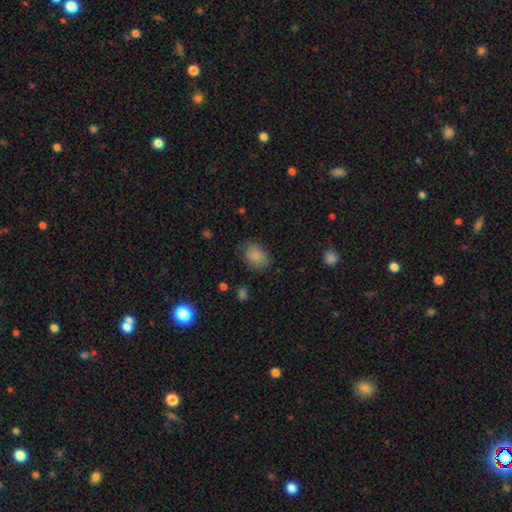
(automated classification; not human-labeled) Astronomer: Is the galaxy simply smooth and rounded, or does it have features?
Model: smooth — 86%.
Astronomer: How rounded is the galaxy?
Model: in between — 67%.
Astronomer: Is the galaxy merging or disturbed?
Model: none — 77%.